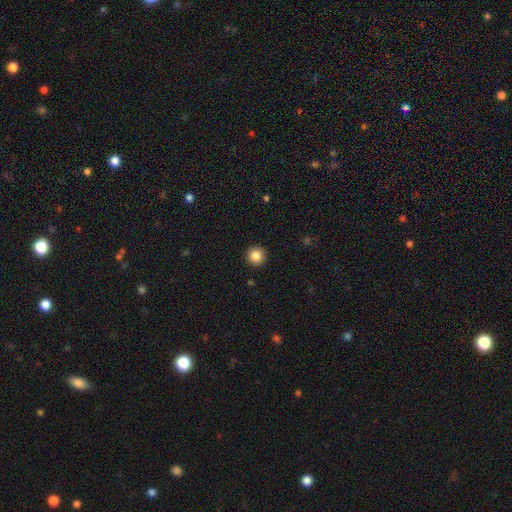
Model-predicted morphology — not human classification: The model was most divided on "smooth or featured": smooth: 86%, star or artifact: 10%, featured or disk: 4%. More confident: how rounded — round (96%); merging — none (93%).